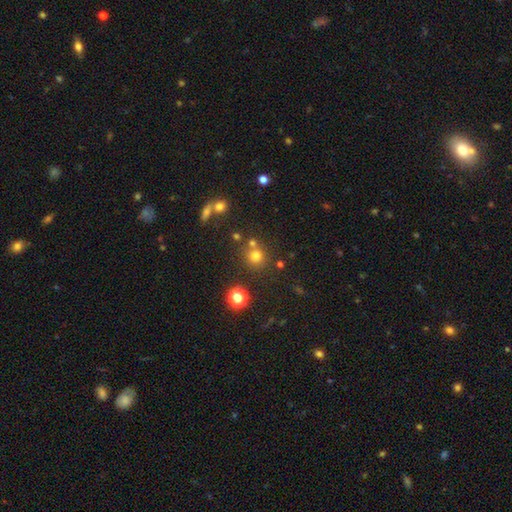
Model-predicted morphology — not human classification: Smooth or featured? smooth (71%)
How rounded? round (90%)
Merging? none (71%)